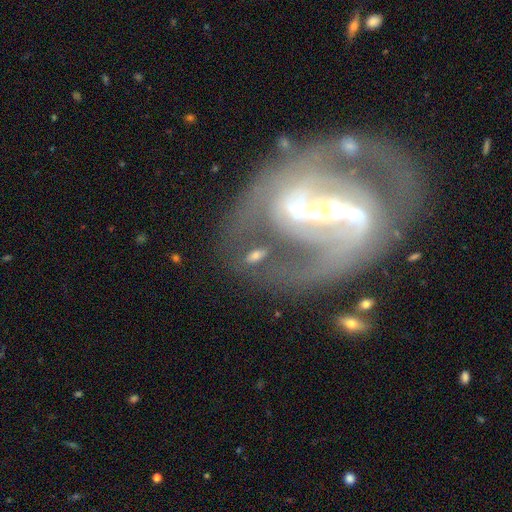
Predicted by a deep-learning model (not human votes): This appears to be a featured or disk galaxy (72%) with a strong bar (52%), 2 (64%) medium (41%) spiral arms (79%) and a moderate central bulge (37%). Merging: none (46%).